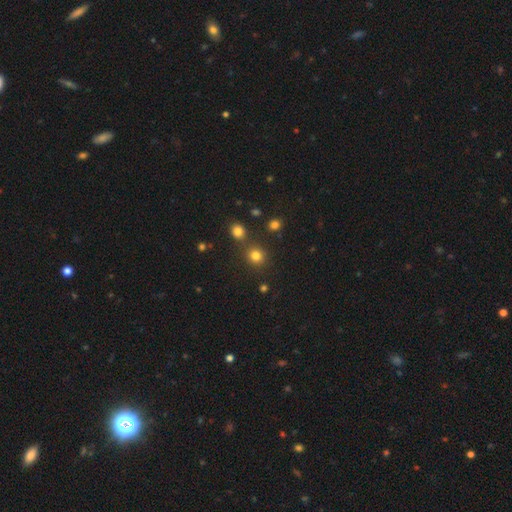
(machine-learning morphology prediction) The model was most divided on "smooth or featured": smooth: 78%, star or artifact: 16%, featured or disk: 6%. More confident: how rounded — round (89%); merging — none (77%).